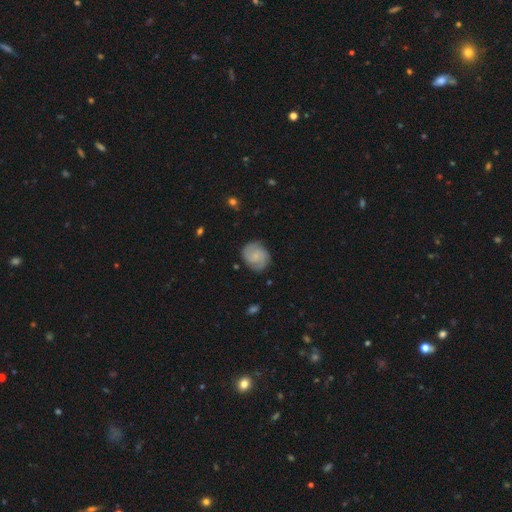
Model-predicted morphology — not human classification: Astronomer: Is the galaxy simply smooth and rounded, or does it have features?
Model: featured or disk — 63%.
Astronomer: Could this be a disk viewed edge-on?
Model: no — 98%.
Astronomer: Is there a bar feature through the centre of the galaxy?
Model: no — 62%.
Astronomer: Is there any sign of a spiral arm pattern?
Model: yes — 94%.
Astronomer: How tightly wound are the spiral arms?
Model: tight — 49% (runner-up: medium, 39%).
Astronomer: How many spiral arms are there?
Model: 2 — 67%.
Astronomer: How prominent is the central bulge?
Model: small — 59%.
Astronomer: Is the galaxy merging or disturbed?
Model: none — 80%.